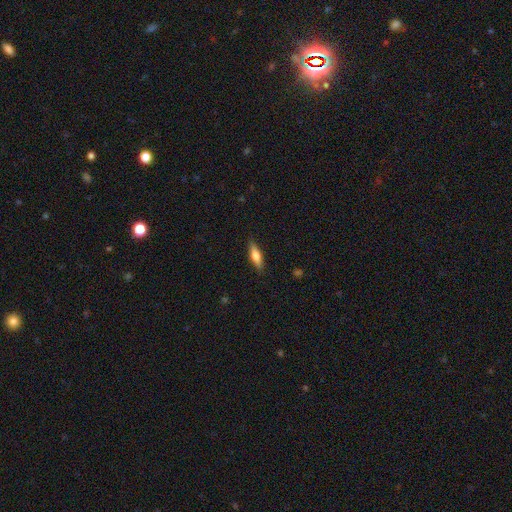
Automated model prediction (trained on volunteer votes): The model was most divided on "how rounded": cigar-shaped: 61%, in between: 36%, round: 2%. More confident: merging — none (88%); smooth or featured — smooth (61%).